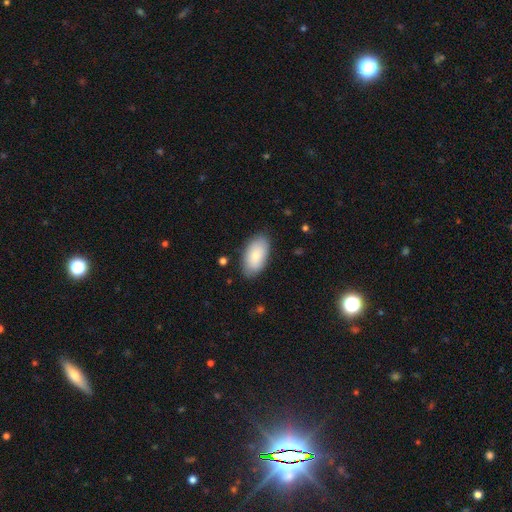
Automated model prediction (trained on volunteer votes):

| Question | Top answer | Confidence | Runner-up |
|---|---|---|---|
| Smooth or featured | smooth | 83% | featured or disk (11%) |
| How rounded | in between | 95% | round (3%) |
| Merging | none | 84% | minor disturbance (12%) |